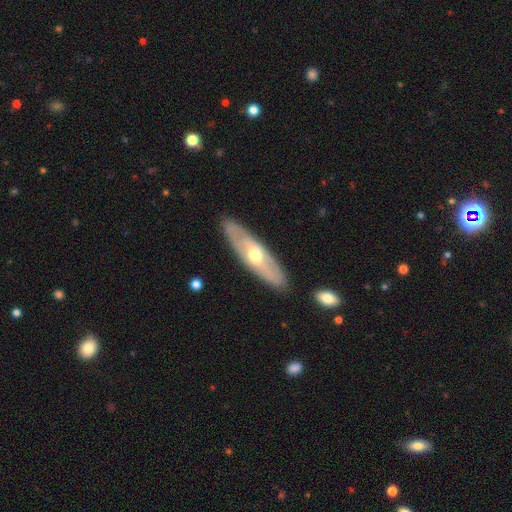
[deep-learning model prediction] The model was most divided on "edge-on disk": no: 59%, yes: 41%. More confident: merging — none (86%); smooth or featured — featured or disk (63%).